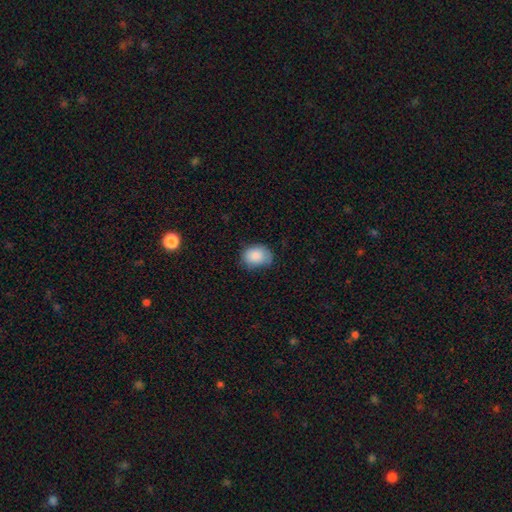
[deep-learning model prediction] smooth-or-featured: smooth: 88% | star or artifact: 7% | featured or disk: 5%
  how-rounded: in between: 65% | round: 34% | cigar-shaped: 1%
  merging: none: 71% | minor disturbance: 24% | major disturbance: 4% | merger: 1%